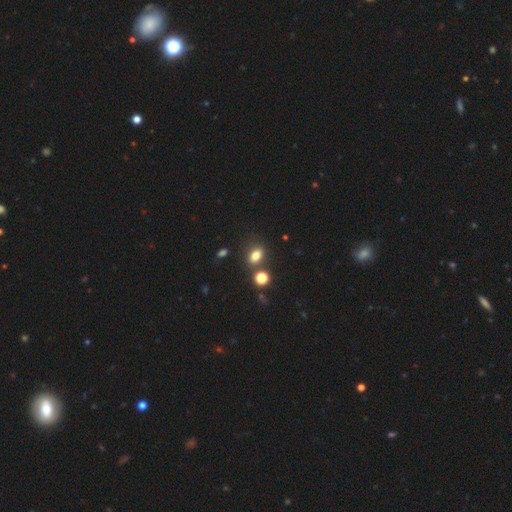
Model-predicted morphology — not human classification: Smooth or featured: smooth — 77% (star or artifact — 14%)
How rounded: in between — 69% (round — 28%)
Merging: none — 70% (merger — 13%)